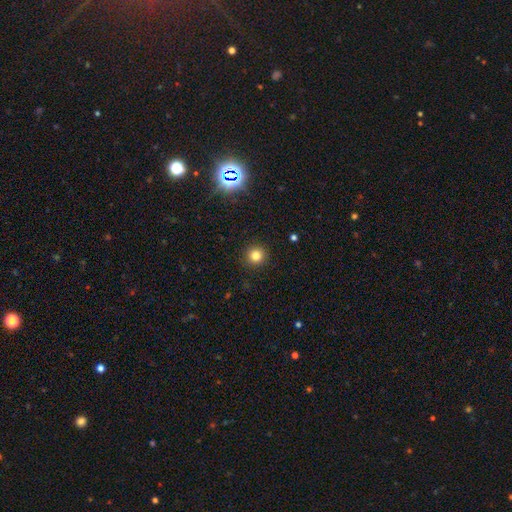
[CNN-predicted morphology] The model was most divided on "smooth or featured": smooth: 80%, star or artifact: 14%, featured or disk: 6%. More confident: how rounded — round (94%); merging — none (92%).